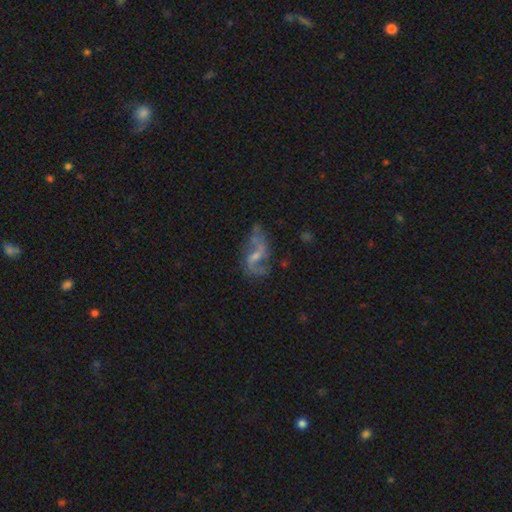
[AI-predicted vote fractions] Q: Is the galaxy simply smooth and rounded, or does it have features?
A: featured or disk — 77%.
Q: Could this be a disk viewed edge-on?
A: no — 96%.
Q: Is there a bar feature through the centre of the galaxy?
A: weak — 49%.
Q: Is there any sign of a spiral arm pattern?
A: yes — 85%.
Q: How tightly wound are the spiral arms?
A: loose — 73%.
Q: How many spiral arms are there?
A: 2 — 83%.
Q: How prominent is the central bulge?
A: small — 52%.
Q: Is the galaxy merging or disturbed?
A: none — 51%.